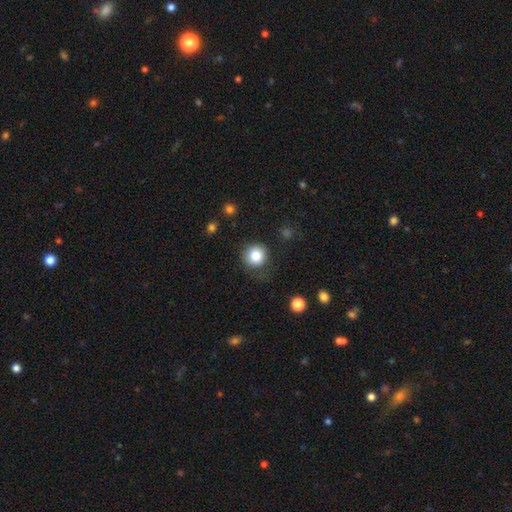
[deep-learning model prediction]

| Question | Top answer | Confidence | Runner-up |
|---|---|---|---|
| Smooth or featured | smooth | 83% | star or artifact (10%) |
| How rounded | round | 92% | in between (7%) |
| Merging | none | 79% | minor disturbance (14%) |